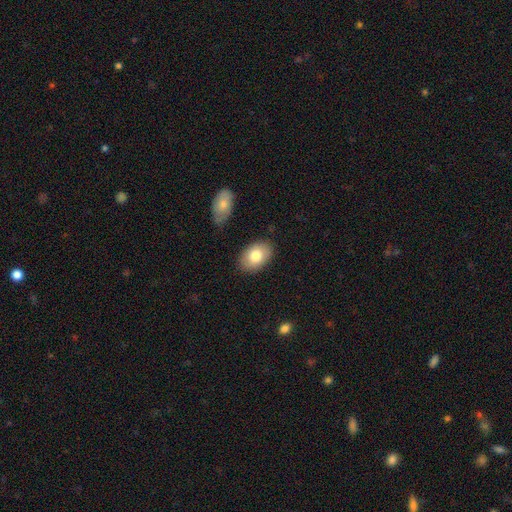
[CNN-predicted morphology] smooth-or-featured: smooth: 80% | featured or disk: 14% | star or artifact: 7%
  how-rounded: in between: 88% | round: 11% | cigar-shaped: 1%
  merging: none: 85% | minor disturbance: 11% | major disturbance: 2% | merger: 2%